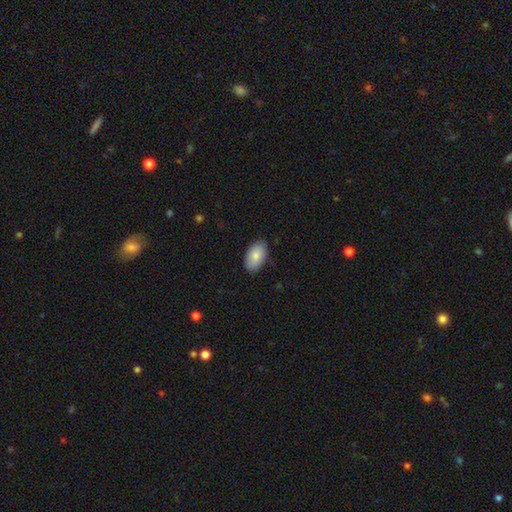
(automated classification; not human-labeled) Smooth or featured: smooth — 82% (featured or disk — 12%)
How rounded: in between — 95% (round — 4%)
Merging: none — 86% (minor disturbance — 11%)